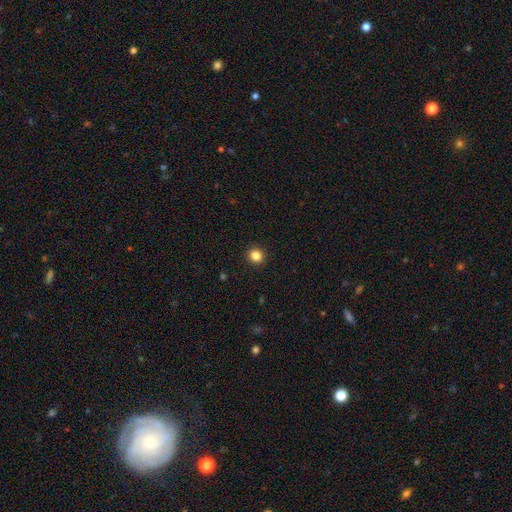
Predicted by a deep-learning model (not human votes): Smooth or featured: smooth — 85% (star or artifact — 12%)
How rounded: round — 87% (in between — 12%)
Merging: none — 93% (minor disturbance — 5%)